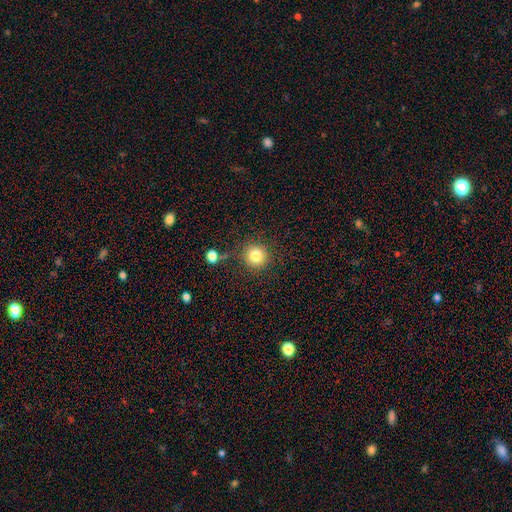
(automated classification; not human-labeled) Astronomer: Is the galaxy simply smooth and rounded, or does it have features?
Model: smooth — 81%.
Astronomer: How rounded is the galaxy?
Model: round — 93%.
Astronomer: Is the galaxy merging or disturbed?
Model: none — 84%.